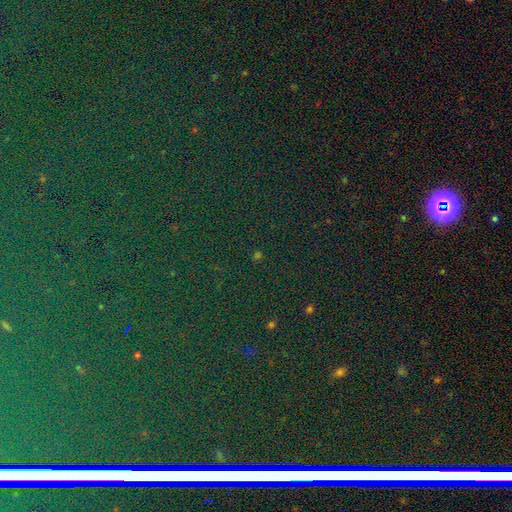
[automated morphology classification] Smooth or featured? star or artifact (81%)